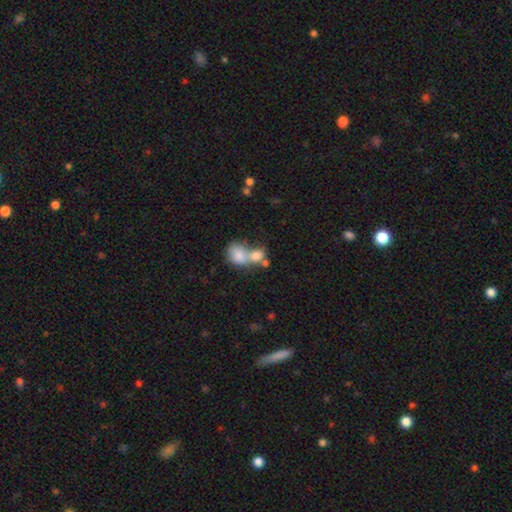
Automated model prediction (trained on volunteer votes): Q: Smooth or featured?
A: smooth (75%); runner-up: featured or disk (15%)
Q: How rounded?
A: in between (61%); runner-up: round (37%)
Q: Merging?
A: merger (71%); runner-up: none (17%)